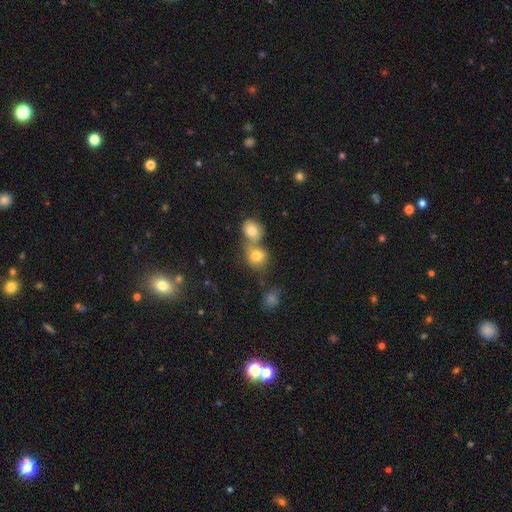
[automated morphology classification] smooth 77%, star or artifact 12%, featured or disk 11%. Down the decision tree: how rounded — round (77%); merging — merger (51%).